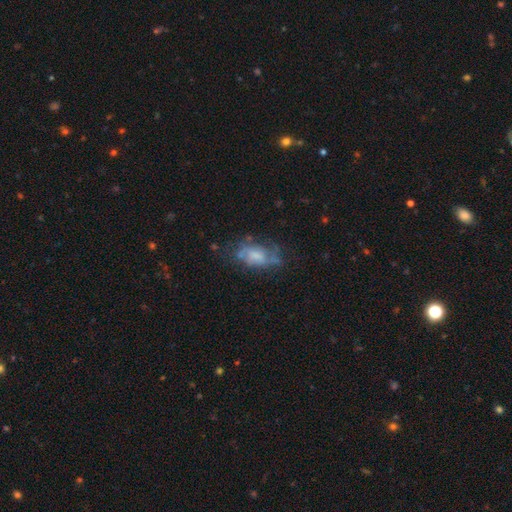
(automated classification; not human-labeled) A featured or disk galaxy (58%) with no bar (66%), spiral arms (66%) and no central bulge (32%). Merging: none (50%).